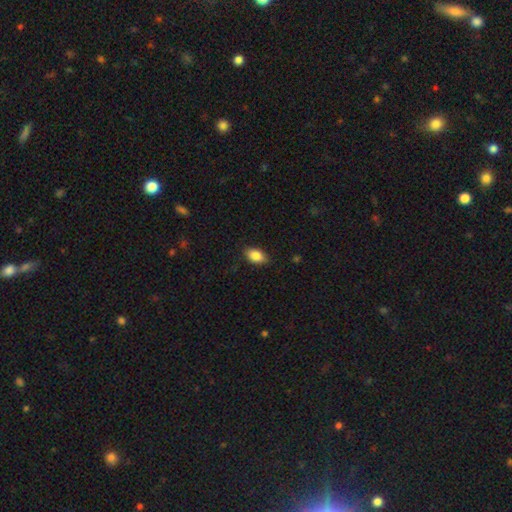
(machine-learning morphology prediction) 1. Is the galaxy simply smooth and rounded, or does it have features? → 85% smooth, 8% star or artifact, 7% featured or disk.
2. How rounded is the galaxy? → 89% in between, 8% round, 2% cigar-shaped.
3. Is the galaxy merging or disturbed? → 85% none, 12% minor disturbance, 2% major disturbance, 1% merger.